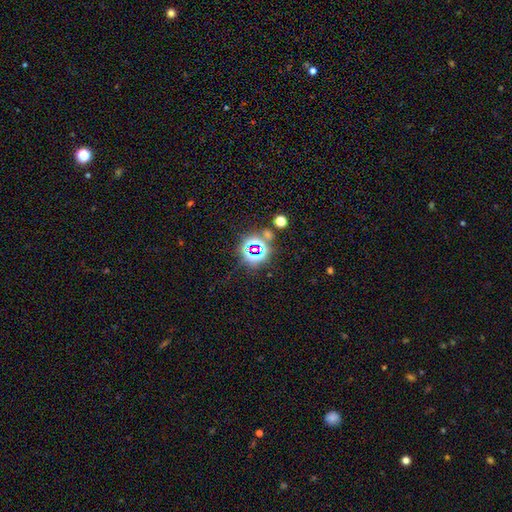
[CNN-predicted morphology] star or artifact 79%, smooth 13%, featured or disk 8%.